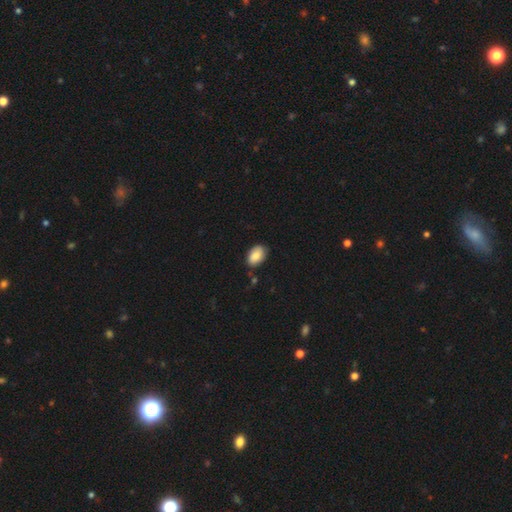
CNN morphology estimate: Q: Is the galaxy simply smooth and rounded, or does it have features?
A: smooth — 84%.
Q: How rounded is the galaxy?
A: in between — 91%.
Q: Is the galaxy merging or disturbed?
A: none — 78%.